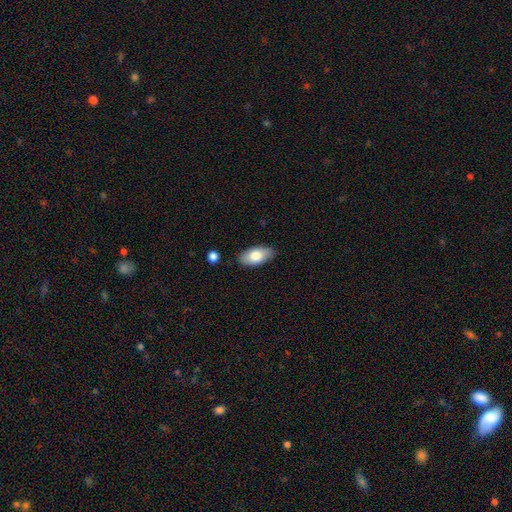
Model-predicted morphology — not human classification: Smooth or featured: smooth — 78% (featured or disk — 16%)
How rounded: in between — 92% (cigar-shaped — 5%)
Merging: none — 85% (minor disturbance — 11%)